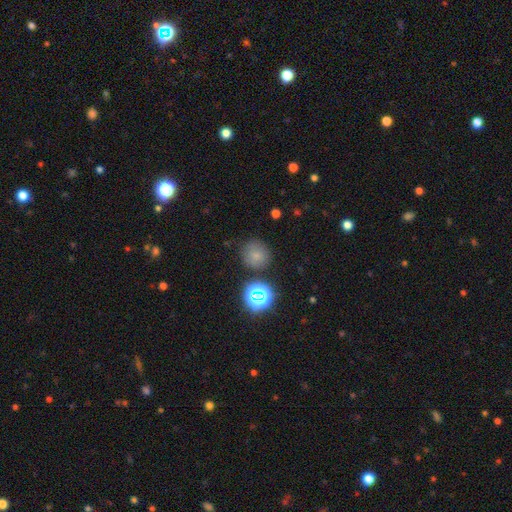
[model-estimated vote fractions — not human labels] This appears to be a smooth galaxy with no disk features (73%) that is round (90%). Merging: none (80%).